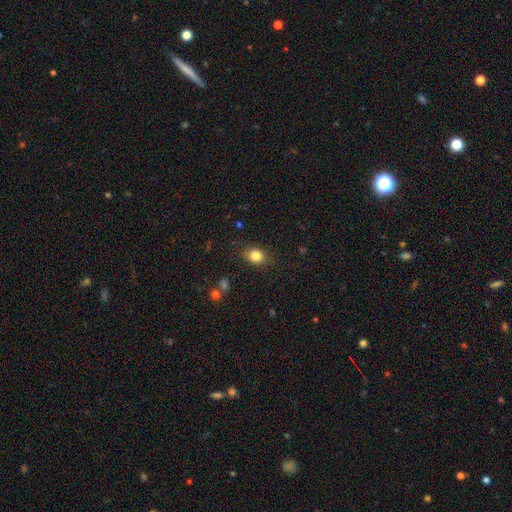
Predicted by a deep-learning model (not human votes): The model was most divided on "how rounded": in between: 57%, round: 42%, cigar-shaped: 1%. More confident: merging — none (83%); smooth or featured — smooth (83%).